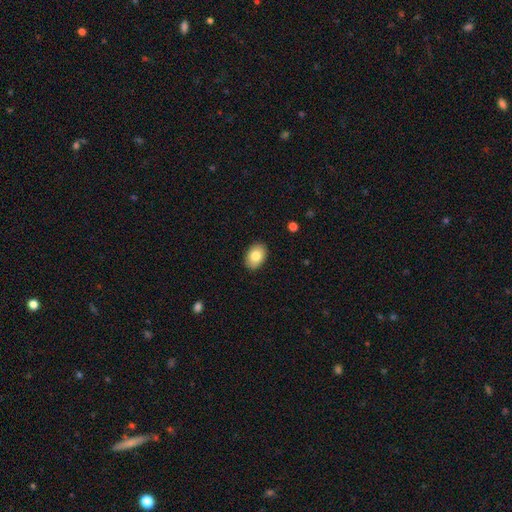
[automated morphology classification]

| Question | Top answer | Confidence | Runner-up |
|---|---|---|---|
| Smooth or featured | smooth | 82% | featured or disk (10%) |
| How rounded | in between | 82% | round (17%) |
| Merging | none | 89% | minor disturbance (8%) |